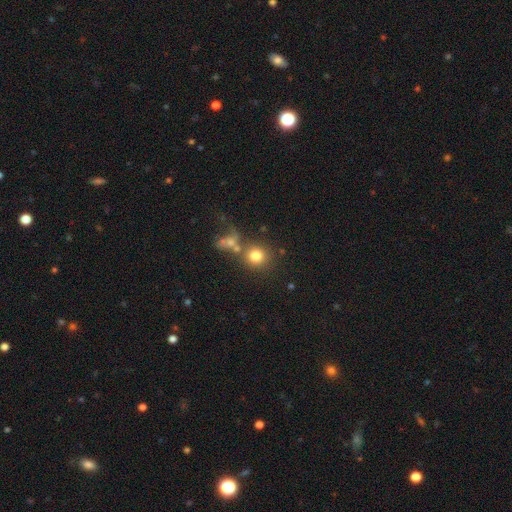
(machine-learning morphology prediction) A smooth galaxy with no disk features (77%) that is round (86%). Merging: none (60%).